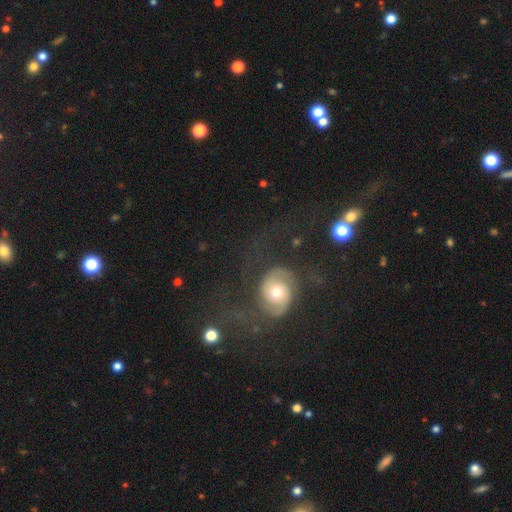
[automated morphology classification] This appears to be a featured or disk galaxy (61%) with no bar (72%), spiral arms (73%) and a moderate central bulge (57%). Merging: none (44%).